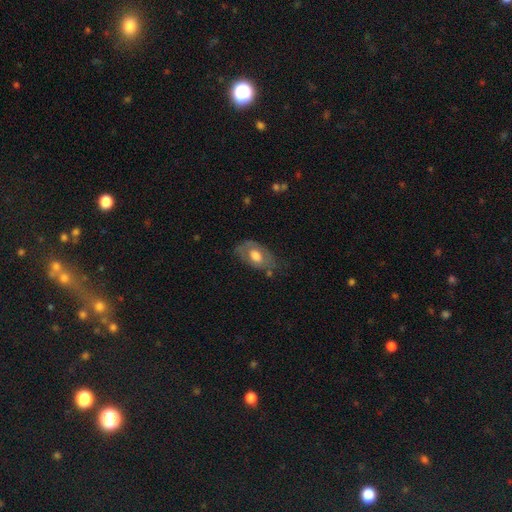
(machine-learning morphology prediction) Overall: smooth (52%; featured or disk 41%). How rounded: in between (89%). Merging: none (55%; minor disturbance 29%).